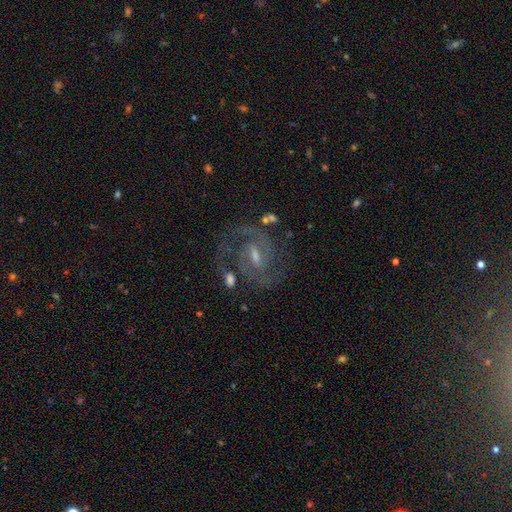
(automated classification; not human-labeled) Smooth or featured? Predicted: featured or disk (p=0.88). Edge-on disk? Predicted: no (p=0.98). Bar? Predicted: weak (p=0.57). Spiral arms? Predicted: yes (p=0.97). Spiral winding? Predicted: medium (p=0.55). Spiral arm count? Predicted: 2 (p=0.87). Bulge size? Predicted: small (p=0.50). Merging? Predicted: none (p=0.73).